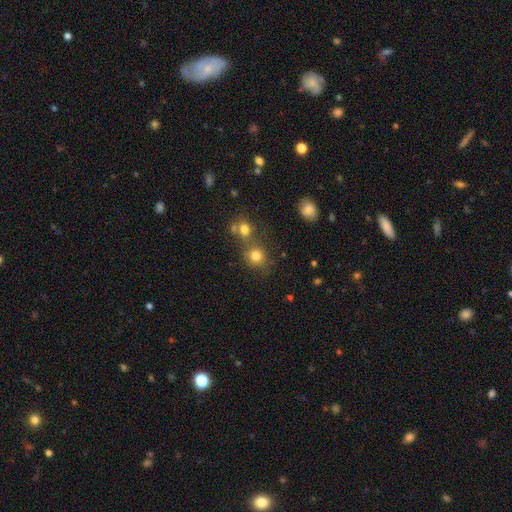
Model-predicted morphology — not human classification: Overall: smooth (78%). How rounded: round (82%). Merging: none (58%; merger 27%).